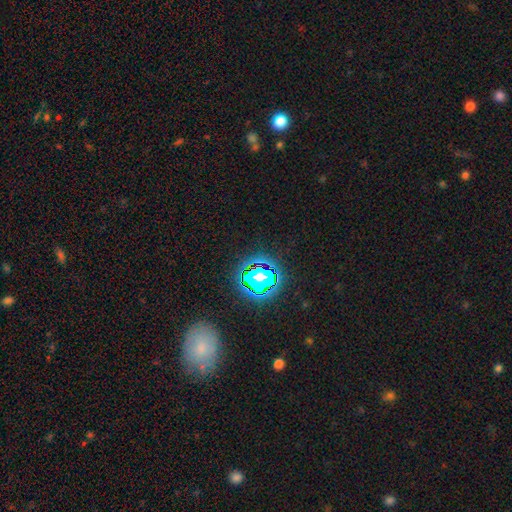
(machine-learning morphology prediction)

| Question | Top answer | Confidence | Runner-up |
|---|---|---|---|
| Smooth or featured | star or artifact | 71% | smooth (19%) |